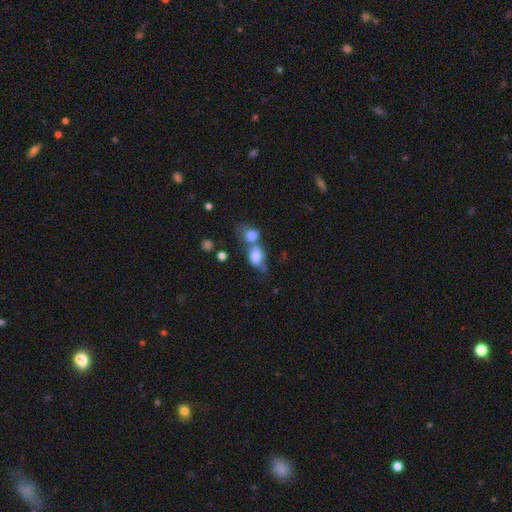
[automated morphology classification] Smooth or featured? Predicted: smooth (p=0.76). How rounded? Predicted: in between (p=0.76). Merging? Predicted: merger (p=0.56).